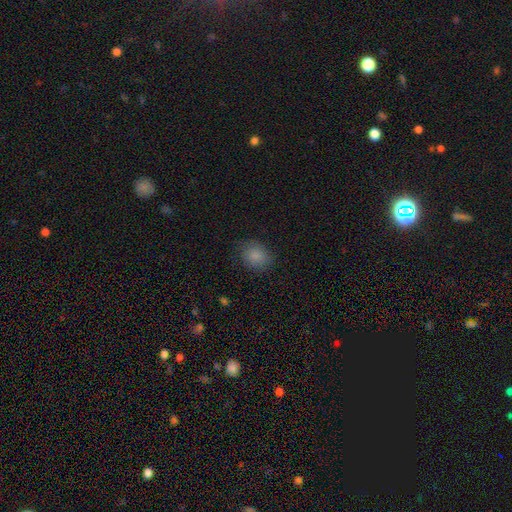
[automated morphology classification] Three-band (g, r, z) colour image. It shows a smooth galaxy with no disk features (85%) that is round (51%). Merging: none (79%).